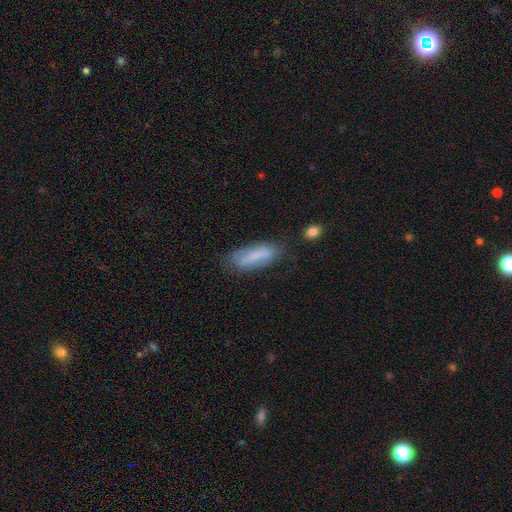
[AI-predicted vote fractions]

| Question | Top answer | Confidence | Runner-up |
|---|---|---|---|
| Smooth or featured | smooth | 66% | featured or disk (26%) |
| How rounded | in between | 55% | cigar-shaped (43%) |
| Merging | none | 66% | minor disturbance (23%) |